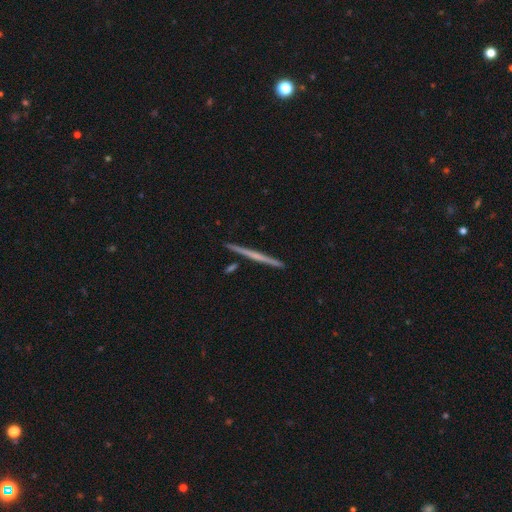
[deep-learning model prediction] This appears to be a featured or disk galaxy (62%) viewed edge-on (98%) with no central bulge (73%). Merging: none (92%).